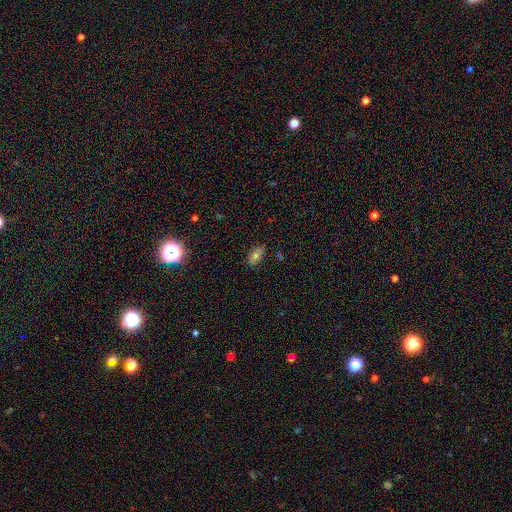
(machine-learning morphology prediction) A smooth galaxy with no disk features (69%) that is in between round and cigar-shaped (87%). Merging: none (82%).